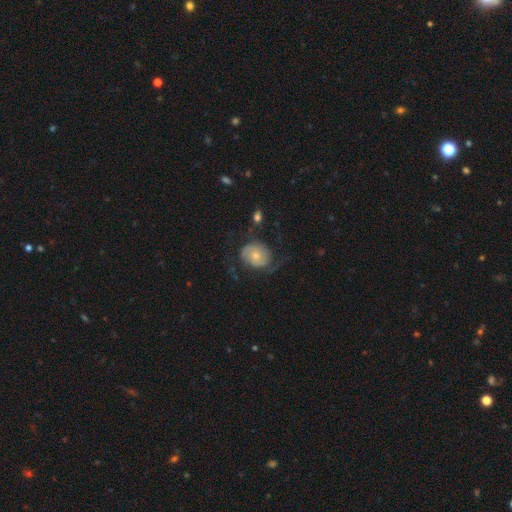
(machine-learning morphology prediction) A featured or disk galaxy (57%) with no bar (75%), spiral arms (82%) and a small central bulge (57%).

Vote fractions:
- Smooth or featured? featured or disk: 57% / smooth: 35% / star or artifact: 7%
- Edge-on disk? no: 97% / yes: 3%
- Bar? no: 75% / weak: 21% / strong: 4%
- Spiral arms? yes: 82% / no: 18%
- Bulge size? small: 57% / moderate: 34% / large: 4% / none: 3% / dominant: 2%
- Merging? none: 54% / minor disturbance: 22% / major disturbance: 22% / merger: 2%